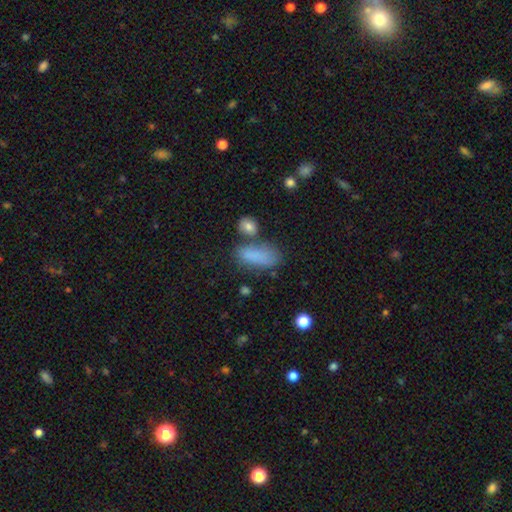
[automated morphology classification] Smooth or featured?
  - smooth: 83% *
  - star or artifact: 9%
  - featured or disk: 8%
How rounded?
  - in between: 76% *
  - cigar-shaped: 19%
  - round: 5%
Merging?
  - none: 55% *
  - minor disturbance: 21%
  - merger: 15%
  - major disturbance: 9%